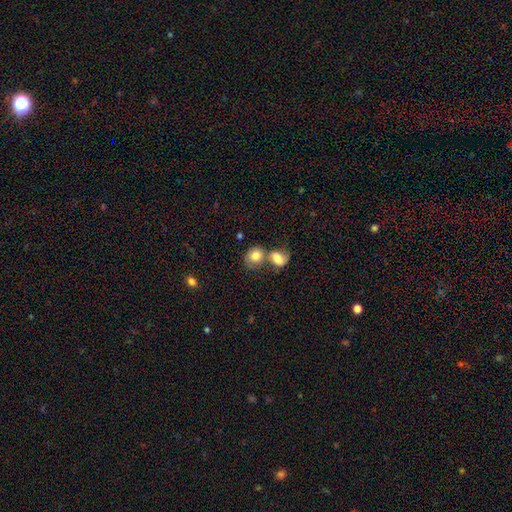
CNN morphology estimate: type=smooth (79%); roundness=round (54%); merging=merger (55%).